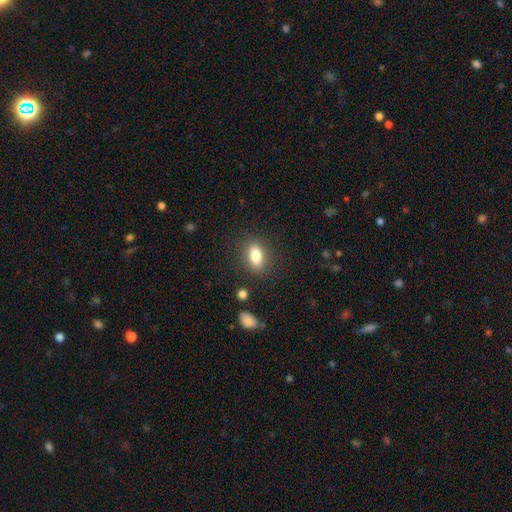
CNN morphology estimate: Smooth or featured? Predicted: smooth (p=0.83). How rounded? Predicted: in between (p=0.83). Merging? Predicted: none (p=0.86).